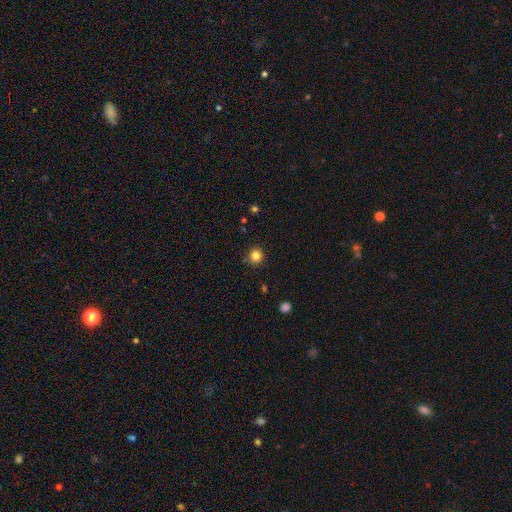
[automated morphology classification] This is clearly a smooth galaxy (83%). How rounded: clearly round (94%). Merging: clearly none (86%).